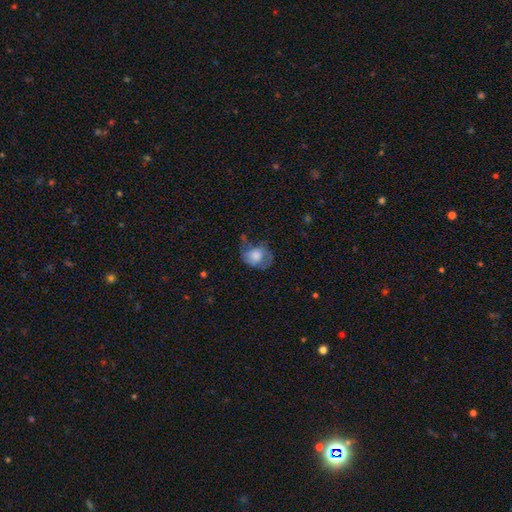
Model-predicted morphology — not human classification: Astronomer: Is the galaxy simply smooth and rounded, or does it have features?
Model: smooth — 59%.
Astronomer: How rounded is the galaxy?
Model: round — 53% (runner-up: in between, 46%).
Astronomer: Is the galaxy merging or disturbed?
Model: none — 37% (runner-up: minor disturbance, 31%).